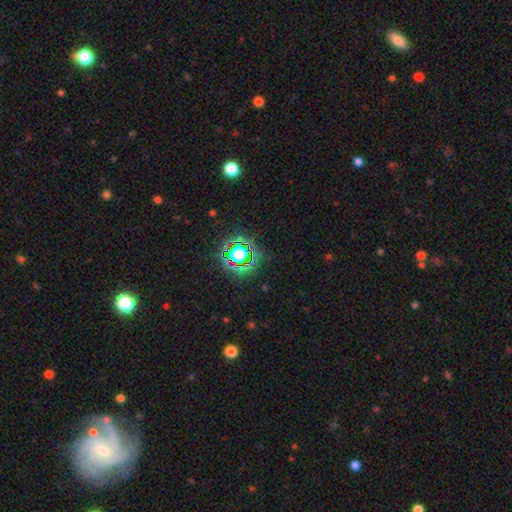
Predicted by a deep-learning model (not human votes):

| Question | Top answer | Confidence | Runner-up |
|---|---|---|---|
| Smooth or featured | star or artifact | 78% | smooth (14%) |